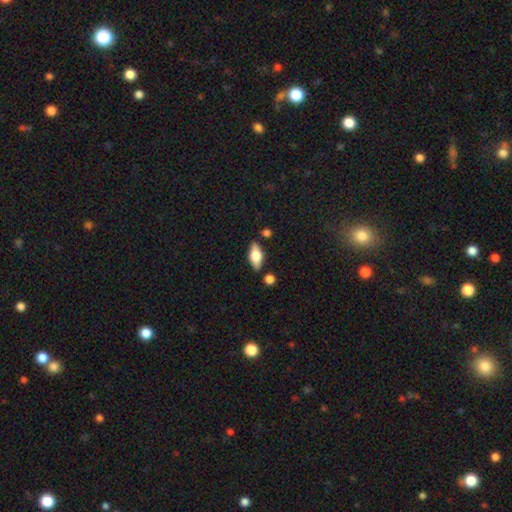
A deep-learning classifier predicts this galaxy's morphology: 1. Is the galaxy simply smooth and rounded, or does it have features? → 55% smooth, 37% featured or disk, 7% star or artifact.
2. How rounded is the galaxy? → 81% in between, 15% cigar-shaped, 4% round.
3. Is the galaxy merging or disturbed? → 82% none, 11% minor disturbance, 5% merger, 3% major disturbance.